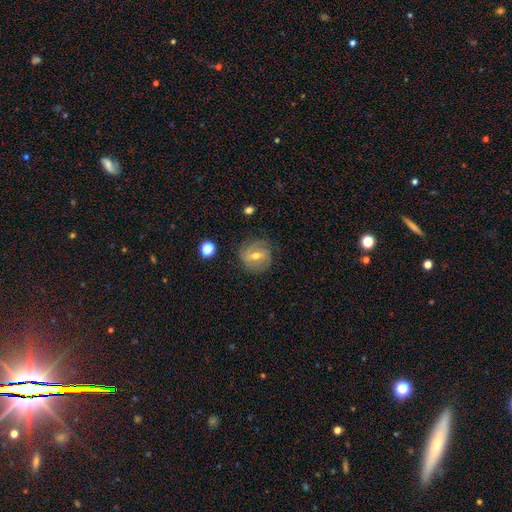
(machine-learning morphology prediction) A featured or disk galaxy (68%) with a weak bar (52%), 2 (48%) tight (49%) spiral arms (85%) and a moderate central bulge (66%).

Vote fractions:
- Smooth or featured? featured or disk: 68% / smooth: 24% / star or artifact: 8%
- Edge-on disk? no: 96% / yes: 4%
- Bar? weak: 52% / strong: 26% / no: 22%
- Spiral arms? yes: 85% / no: 15%
- Spiral winding? tight: 49% / medium: 36% / loose: 15%
- Spiral arm count? 2: 48% / can't tell: 25% / 3: 14% / 1: 8% / 4: 3% / more than 4: 3%
- Bulge size? moderate: 66% / small: 29% / large: 3% / none: 1% / dominant: 1%
- Merging? none: 74% / minor disturbance: 17% / major disturbance: 7% / merger: 2%